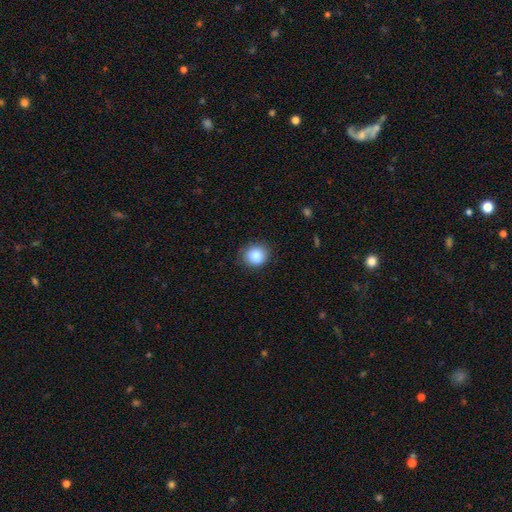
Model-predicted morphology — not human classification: Smooth or featured? smooth (86%)
How rounded? round (81%)
Merging? none (83%)